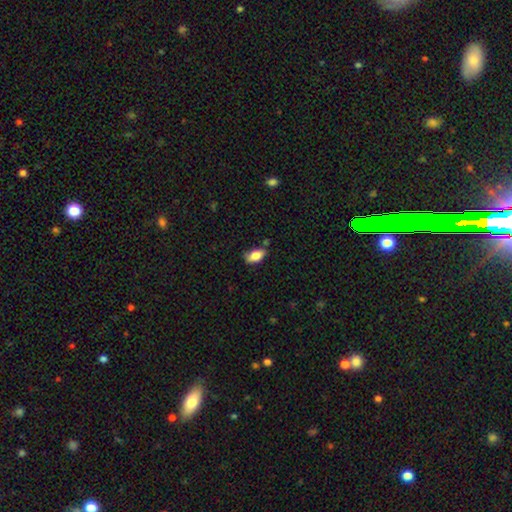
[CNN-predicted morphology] Overall: smooth (80%). How rounded: in between (90%). Merging: none (62%; minor disturbance 28%).